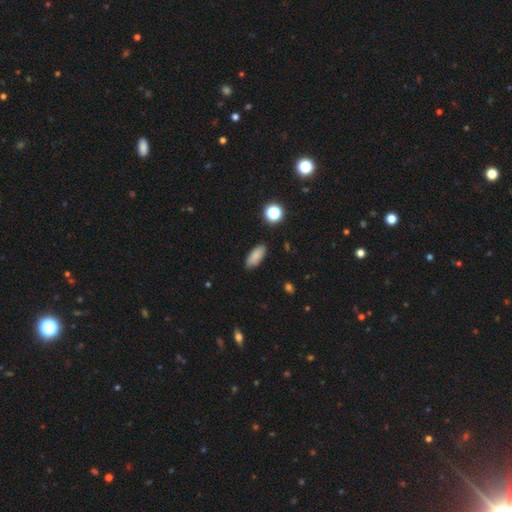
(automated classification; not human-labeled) smooth-or-featured: smooth: 84% | star or artifact: 9% | featured or disk: 7%
  how-rounded: in between: 84% | cigar-shaped: 13% | round: 3%
  merging: none: 85% | minor disturbance: 11% | major disturbance: 2% | merger: 1%